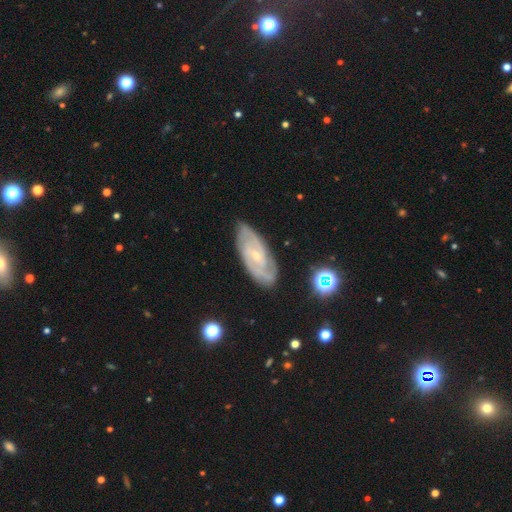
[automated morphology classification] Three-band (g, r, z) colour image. It shows a featured or disk galaxy (83%) with a weak bar (44%), 2 (58%) tight (56%) spiral arms (96%) and a small central bulge (74%). Merging: none (81%).